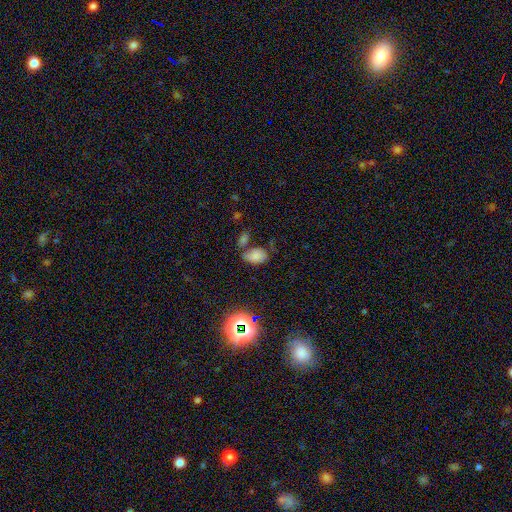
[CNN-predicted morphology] Smooth or featured?
  - smooth: 71% *
  - star or artifact: 18%
  - featured or disk: 12%
How rounded?
  - in between: 84% *
  - round: 14%
  - cigar-shaped: 2%
Merging?
  - none: 46% *
  - minor disturbance: 23%
  - merger: 22%
  - major disturbance: 9%